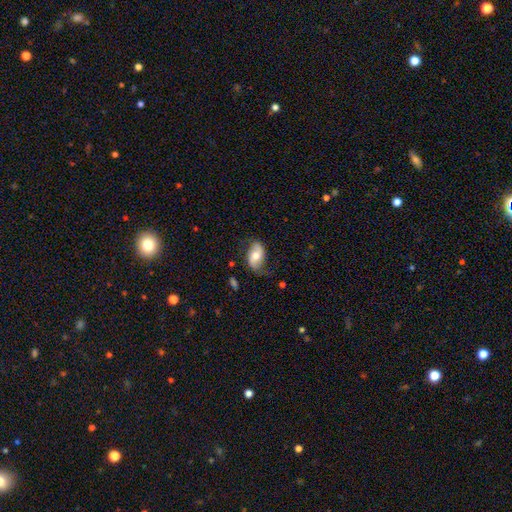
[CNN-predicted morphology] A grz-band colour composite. It shows a featured or disk galaxy (52%). Merging: none (66%).